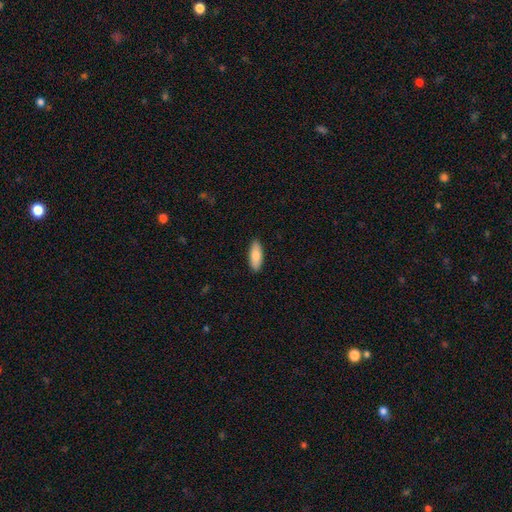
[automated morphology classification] type=smooth (84%); roundness=in between (72%); merging=none (90%).